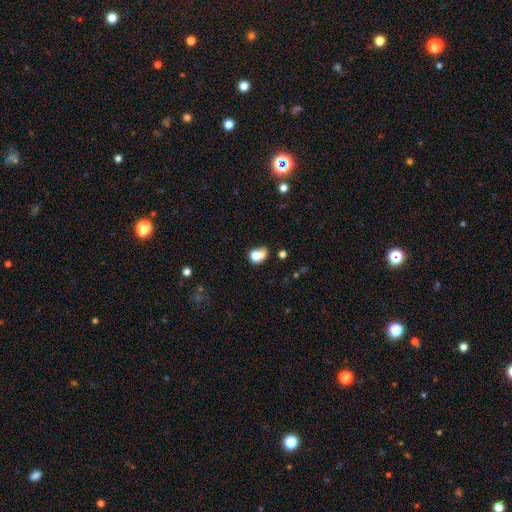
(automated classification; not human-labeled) Morphology: type=smooth (71%); roundness=round (66%); merging=merger (42%).